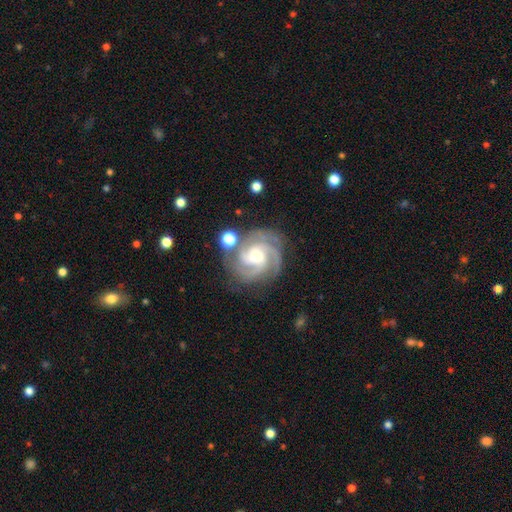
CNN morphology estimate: This is clearly a featured or disk galaxy (89%). It is clearly not viewed edge-on (98%). Bar: possibly no (54%). Spiral arm pattern: clearly yes (98%). Spiral arm count: possibly 3 (56%). Spiral winding: likely tight (62%). Central bulge: possibly moderate (49%). Merging: likely none (74%).